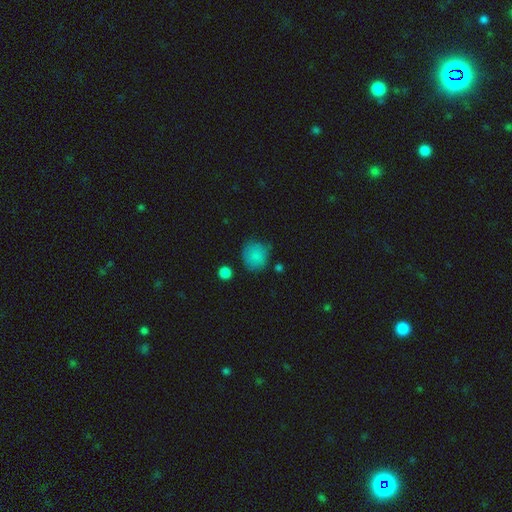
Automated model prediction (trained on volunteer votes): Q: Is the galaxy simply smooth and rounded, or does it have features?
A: smooth — 83%.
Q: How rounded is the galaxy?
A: round — 77%.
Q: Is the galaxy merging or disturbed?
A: none — 63%.